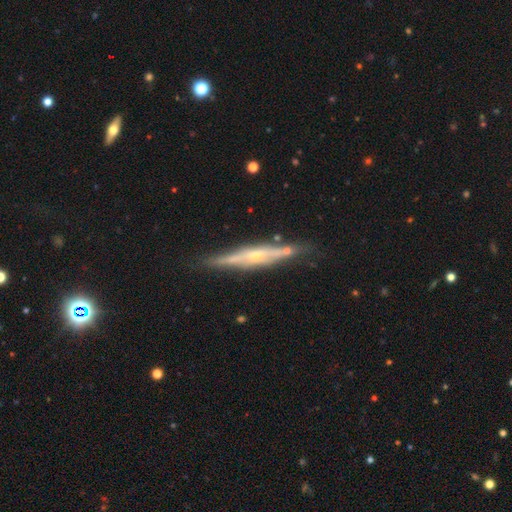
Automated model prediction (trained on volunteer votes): smooth_or_featured: featured or disk (p=0.79) [alt: smooth p=0.15]
disk_edge_on: yes (p=0.95) [alt: no p=0.05]
edge_on_bulge: rounded (p=0.72) [alt: none p=0.17]
merging: none (p=0.80) [alt: minor disturbance p=0.14]